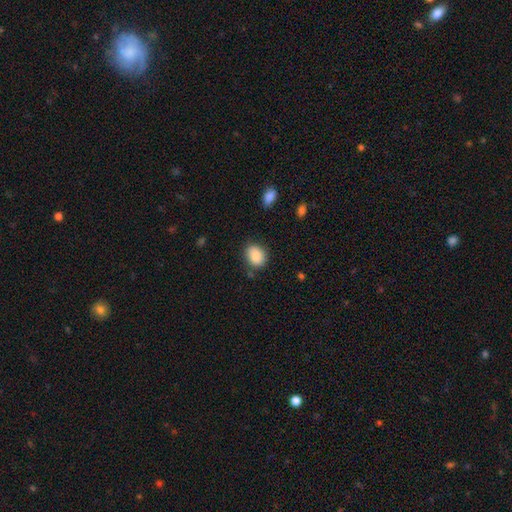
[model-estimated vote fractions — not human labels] smooth 88%, star or artifact 7%, featured or disk 4%. Down the decision tree: how rounded — in between (59%); merging — none (79%).